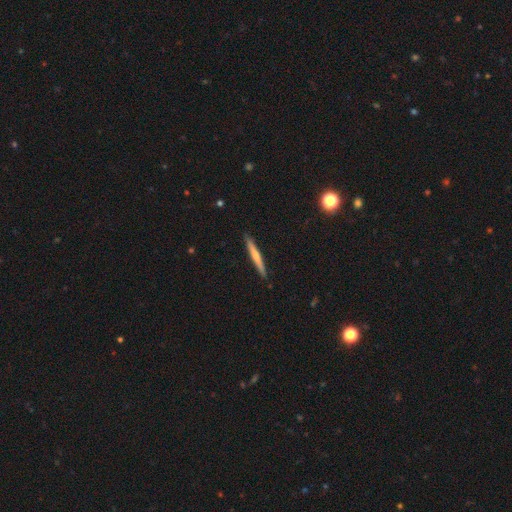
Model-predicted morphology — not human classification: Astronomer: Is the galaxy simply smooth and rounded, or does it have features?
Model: smooth — 56% (runner-up: featured or disk, 39%).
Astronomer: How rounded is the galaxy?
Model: cigar-shaped — 96%.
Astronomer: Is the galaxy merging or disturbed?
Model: none — 90%.